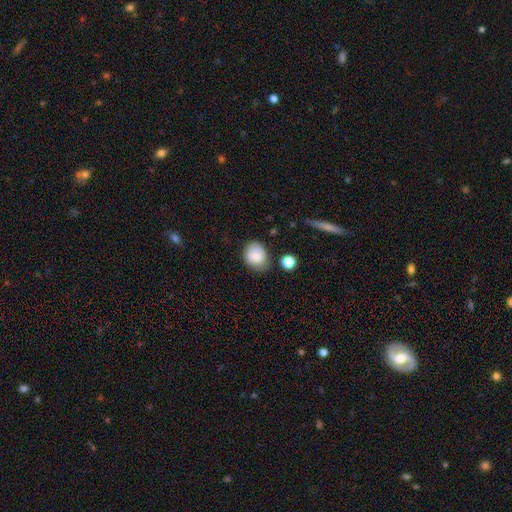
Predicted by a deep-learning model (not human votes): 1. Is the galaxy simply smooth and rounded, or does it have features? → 82% smooth, 10% featured or disk, 8% star or artifact.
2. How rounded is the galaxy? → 51% round, 48% in between, 1% cigar-shaped.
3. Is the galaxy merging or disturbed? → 67% none, 23% minor disturbance, 5% major disturbance, 5% merger.